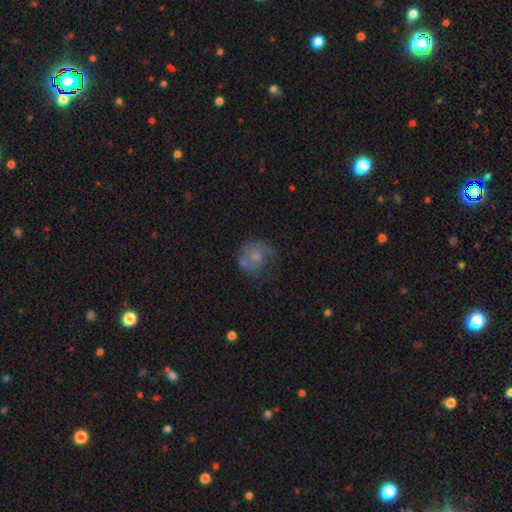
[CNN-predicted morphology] A smooth galaxy with no disk features (45%). Merging: none (40%).